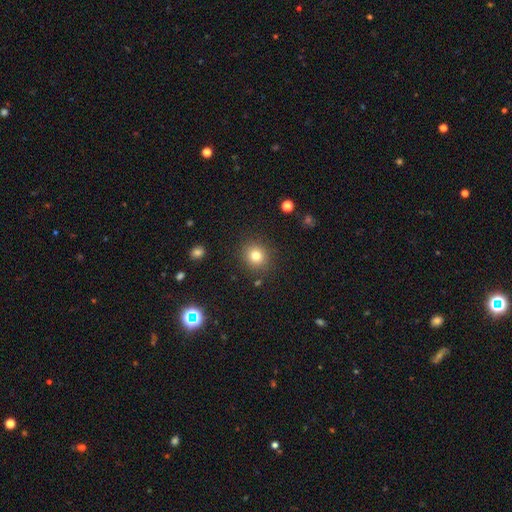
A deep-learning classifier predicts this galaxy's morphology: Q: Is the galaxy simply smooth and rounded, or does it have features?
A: smooth — 78%.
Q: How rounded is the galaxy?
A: round — 85%.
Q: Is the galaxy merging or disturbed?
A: none — 88%.